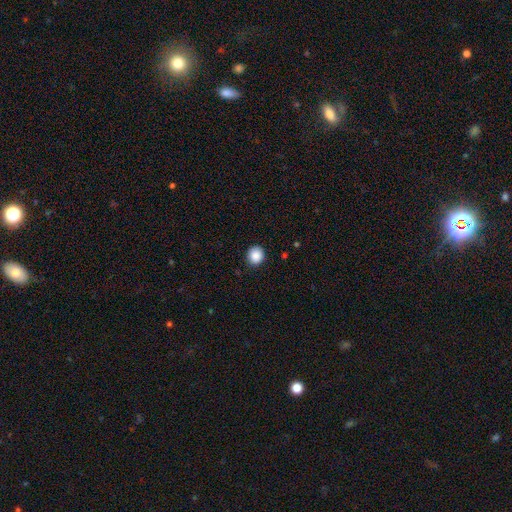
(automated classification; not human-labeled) smooth-or-featured: smooth: 88% | star or artifact: 9% | featured or disk: 3%
  how-rounded: round: 83% | in between: 16% | cigar-shaped: 1%
  merging: none: 90% | minor disturbance: 7% | major disturbance: 2% | merger: 1%